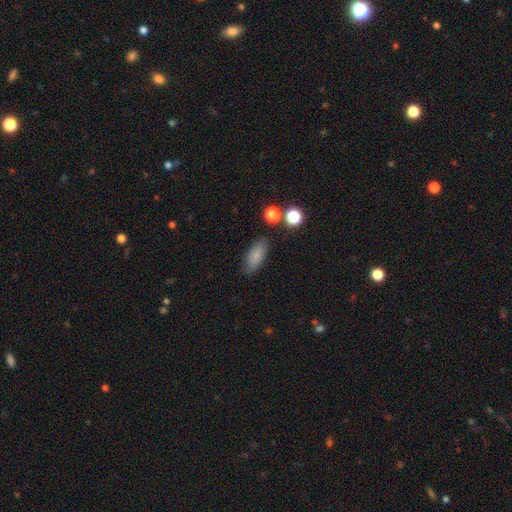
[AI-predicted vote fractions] A smooth galaxy with no disk features (84%) that is in between round and cigar-shaped (82%).

Vote fractions:
- Smooth or featured? smooth: 84% / star or artifact: 9% / featured or disk: 7%
- How rounded? in between: 82% / cigar-shaped: 14% / round: 3%
- Merging? none: 81% / minor disturbance: 12% / major disturbance: 4% / merger: 3%